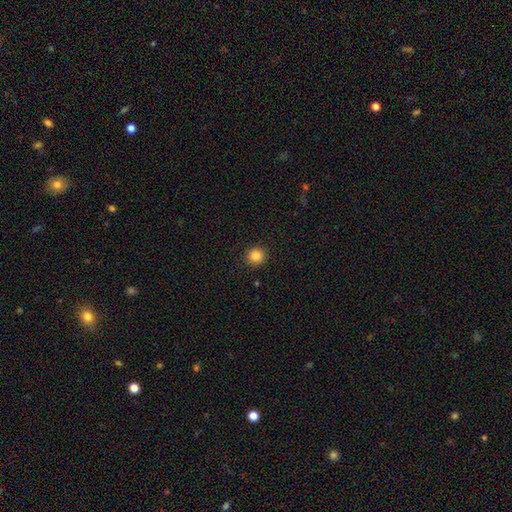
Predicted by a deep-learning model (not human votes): Smooth or featured?
  - smooth: 86% *
  - star or artifact: 10%
  - featured or disk: 4%
How rounded?
  - round: 93% *
  - in between: 6%
  - cigar-shaped: 1%
Merging?
  - none: 92% *
  - minor disturbance: 5%
  - major disturbance: 2%
  - merger: 1%